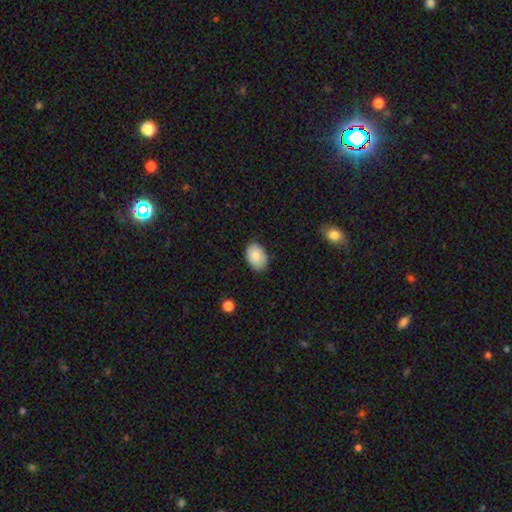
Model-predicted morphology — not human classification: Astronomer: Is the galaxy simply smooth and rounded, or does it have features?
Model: smooth — 84%.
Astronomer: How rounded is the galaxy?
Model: in between — 85%.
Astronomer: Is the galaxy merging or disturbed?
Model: none — 81%.